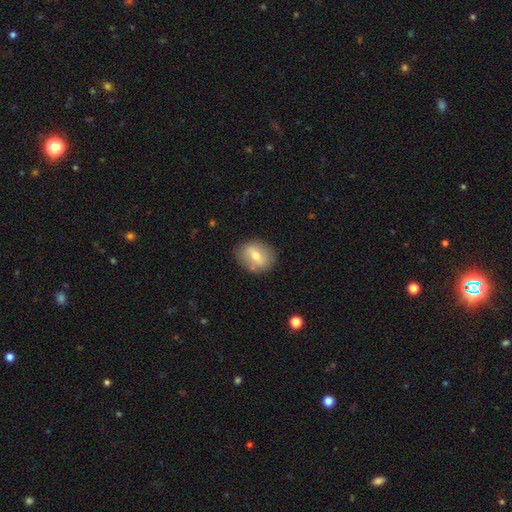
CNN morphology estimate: This is possibly a smooth galaxy (59%). How rounded: possibly round (51%). Merging: clearly none (83%).